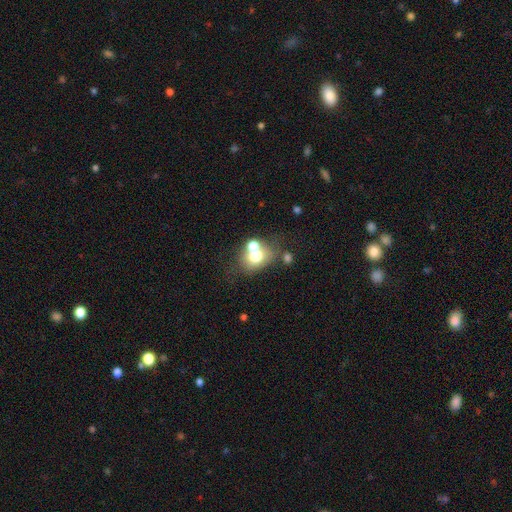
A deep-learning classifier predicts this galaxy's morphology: Smooth or featured: smooth — 66% (featured or disk — 21%)
How rounded: round — 51% (in between — 48%)
Merging: none — 41% (merger — 40%)